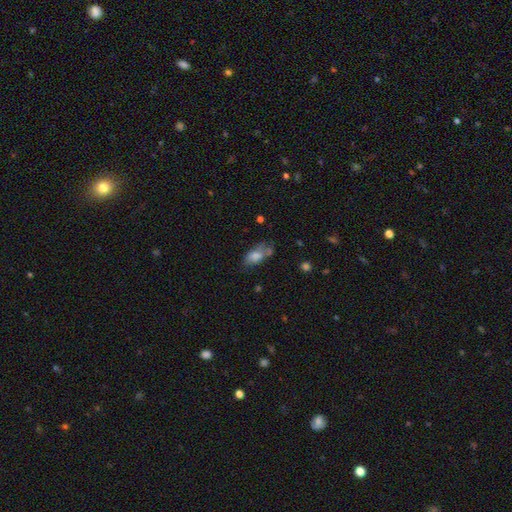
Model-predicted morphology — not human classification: smooth 66%, featured or disk 22%, star or artifact 11%. Down the decision tree: how rounded — in between (86%); merging — none (49%).